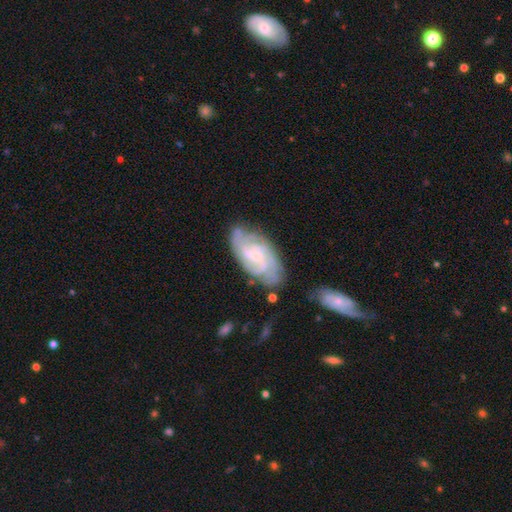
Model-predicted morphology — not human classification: smooth-or-featured: featured or disk: 80% | smooth: 14% | star or artifact: 6%
  disk-edge-on: no: 96% | yes: 4%
    bar: no: 58% | weak: 35% | strong: 7%
    has-spiral-arms: yes: 95% | no: 5%
      spiral-winding: tight: 58% | medium: 34% | loose: 8%
      spiral-arm-count: can't tell: 31% | 3: 22% | 2: 21% | 4: 16% | more than 4: 5% | 1: 5%
    bulge-size: small: 72% | moderate: 18% | none: 7% | large: 1% | dominant: 1%
  merging: none: 68% | minor disturbance: 21% | major disturbance: 7% | merger: 5%